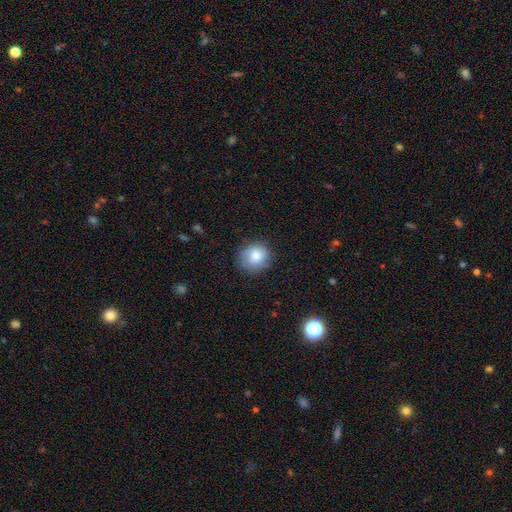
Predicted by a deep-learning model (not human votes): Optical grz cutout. It shows a smooth galaxy with no disk features (81%) that is round (81%). Merging: none (79%).